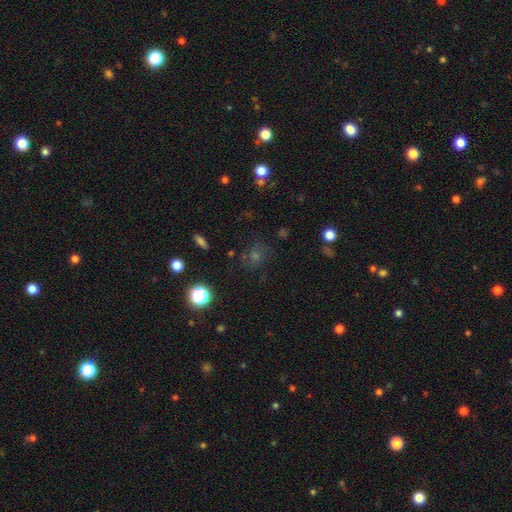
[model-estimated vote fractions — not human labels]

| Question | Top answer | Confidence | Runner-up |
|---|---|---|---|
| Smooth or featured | smooth | 42% | tied: star or artifact (42%) |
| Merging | none | 78% | minor disturbance (13%) |